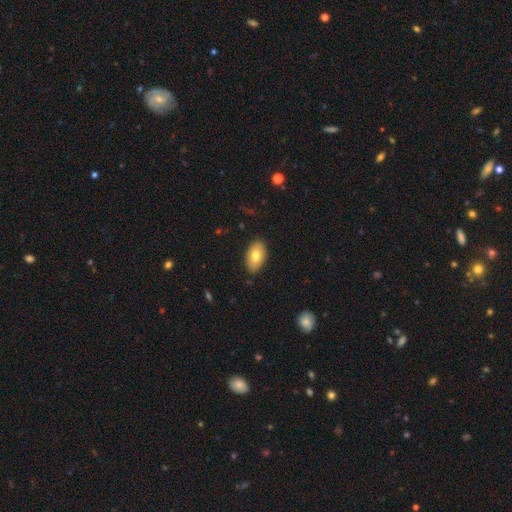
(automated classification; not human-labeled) A smooth galaxy with no disk features (74%) that is in between round and cigar-shaped (93%). Merging: none (85%).